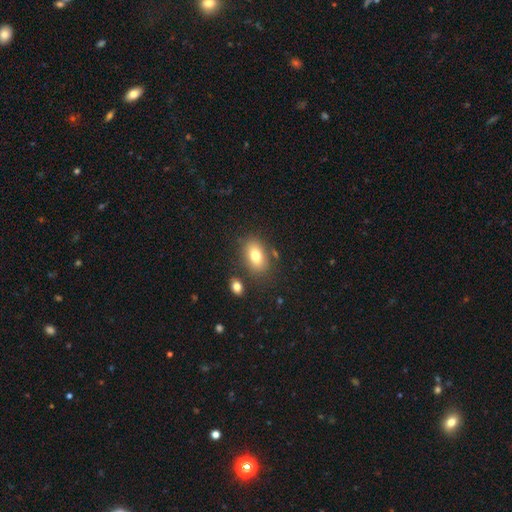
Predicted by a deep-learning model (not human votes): Smooth or featured? smooth (78%)
How rounded? in between (84%)
Merging? none (78%)